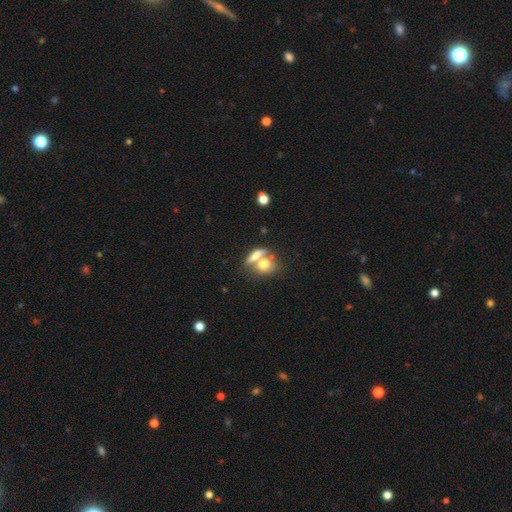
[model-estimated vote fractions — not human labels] smooth_or_featured: smooth (p=0.70) [alt: featured or disk p=0.20]
how_rounded: in between (p=0.48) [alt: round p=0.35]
merging: merger (p=0.46) [alt: none p=0.39]